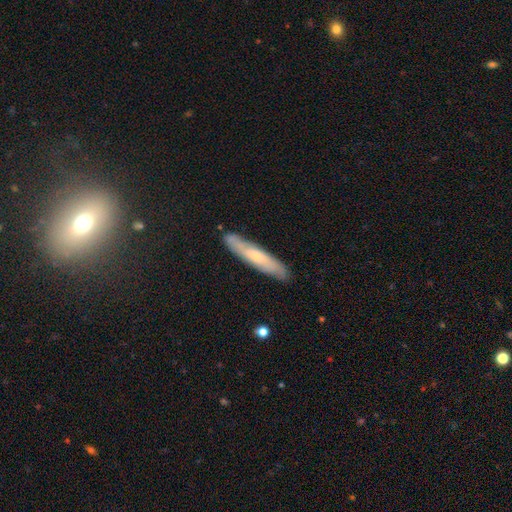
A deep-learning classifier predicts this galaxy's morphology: Q: Smooth or featured?
A: smooth (54%); runner-up: featured or disk (39%)
Q: How rounded?
A: cigar-shaped (90%); runner-up: in between (9%)
Q: Merging?
A: none (85%); runner-up: minor disturbance (12%)